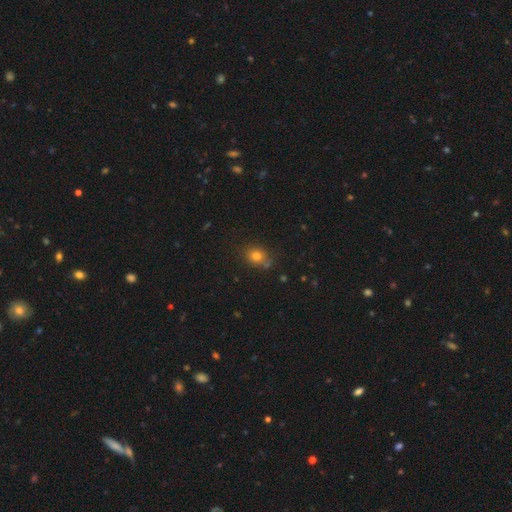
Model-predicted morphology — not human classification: smooth 74%, star or artifact 18%, featured or disk 8%. Down the decision tree: how rounded — round (66%); merging — none (73%).